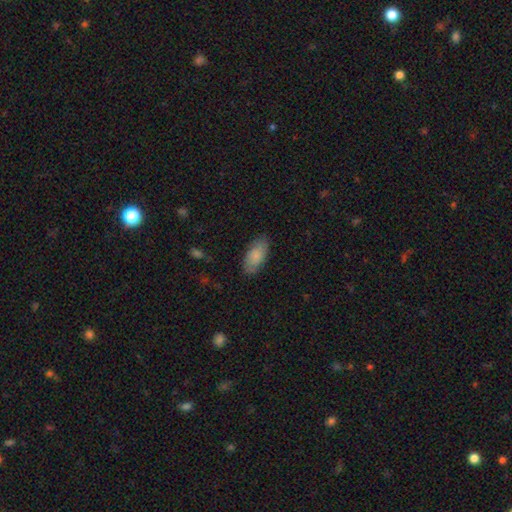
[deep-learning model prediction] Q: Smooth or featured?
A: smooth (80%); runner-up: featured or disk (14%)
Q: How rounded?
A: in between (92%); runner-up: cigar-shaped (6%)
Q: Merging?
A: none (81%); runner-up: minor disturbance (14%)